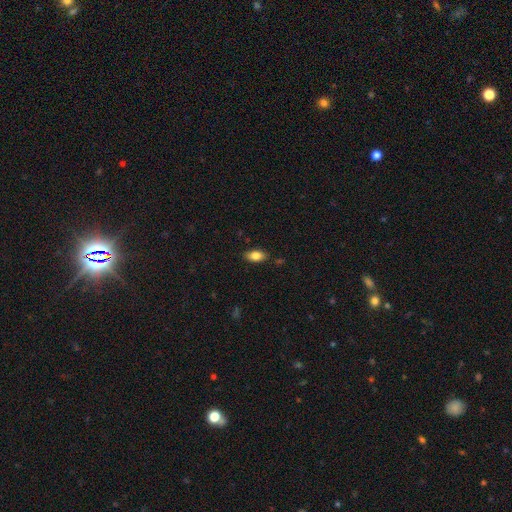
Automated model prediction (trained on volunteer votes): The model was most divided on "smooth or featured": smooth: 82%, featured or disk: 10%, star or artifact: 8%. More confident: how rounded — in between (90%); merging — none (85%).